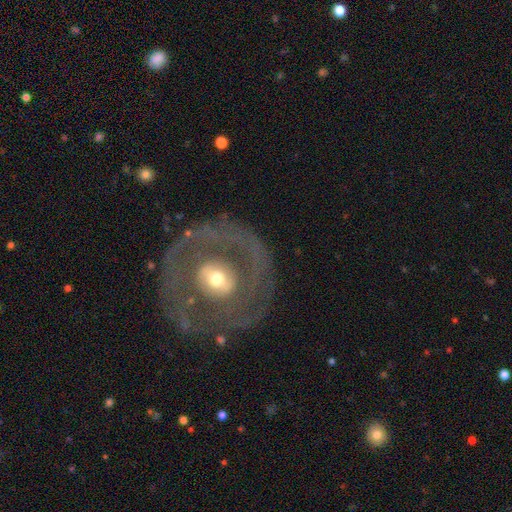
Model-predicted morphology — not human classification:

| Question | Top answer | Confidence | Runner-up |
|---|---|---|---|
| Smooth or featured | featured or disk | 74% | smooth (20%) |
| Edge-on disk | no | 96% | yes (4%) |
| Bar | no | 73% | weak (18%) |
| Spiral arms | no | 54% | yes (46%) |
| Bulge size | moderate | 61% | small (26%) |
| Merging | none | 74% | minor disturbance (13%) |